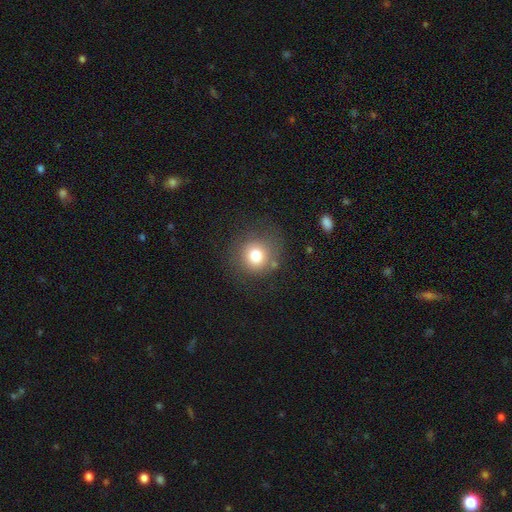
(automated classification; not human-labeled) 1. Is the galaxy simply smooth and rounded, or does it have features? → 77% smooth, 12% star or artifact, 11% featured or disk.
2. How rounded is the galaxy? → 90% round, 10% in between, 1% cigar-shaped.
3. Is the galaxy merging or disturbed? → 74% none, 15% minor disturbance, 8% major disturbance, 4% merger.